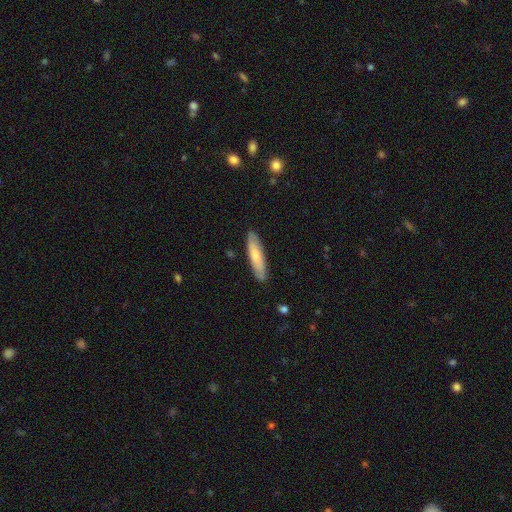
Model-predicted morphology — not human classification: Smooth or featured?
  - smooth: 66% *
  - featured or disk: 29%
  - star or artifact: 5%
How rounded?
  - cigar-shaped: 77% *
  - in between: 21%
  - round: 2%
Merging?
  - none: 87% *
  - minor disturbance: 10%
  - major disturbance: 2%
  - merger: 1%